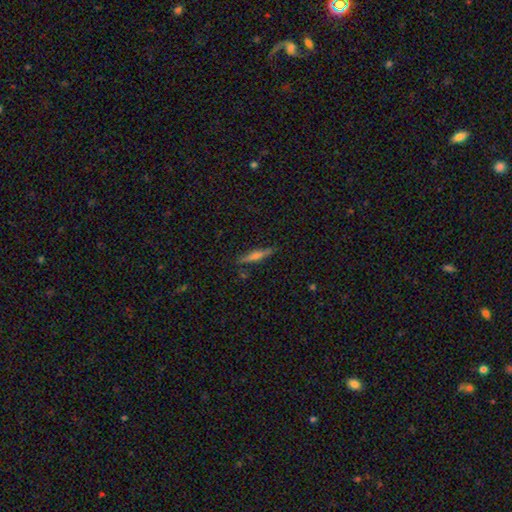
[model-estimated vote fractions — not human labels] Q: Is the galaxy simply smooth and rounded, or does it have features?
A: featured or disk — 51%.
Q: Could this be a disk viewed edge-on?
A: yes — 96%.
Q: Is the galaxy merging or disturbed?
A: none — 87%.